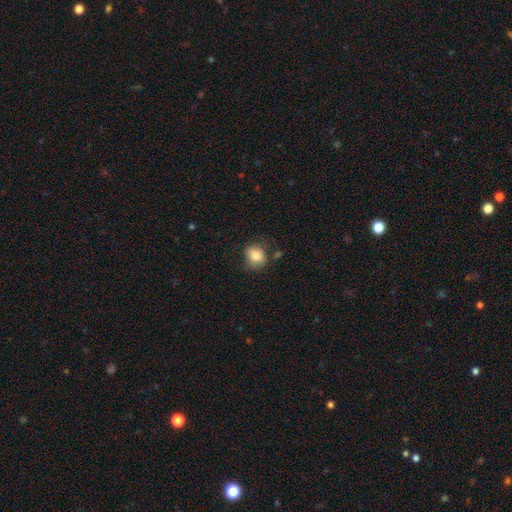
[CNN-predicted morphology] smooth 81%, featured or disk 10%, star or artifact 9%. Down the decision tree: how rounded — round (57%); merging — none (65%).